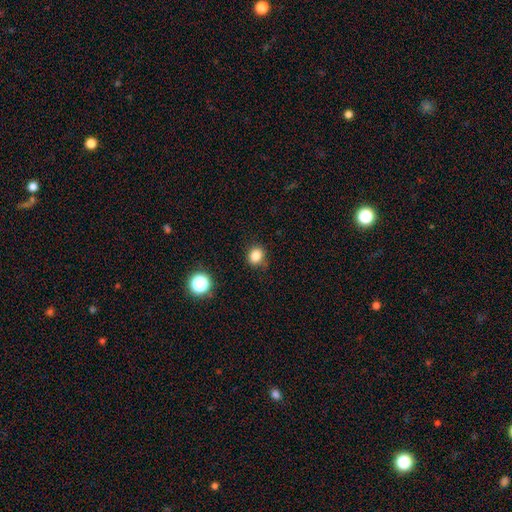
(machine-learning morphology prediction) smooth-or-featured: smooth: 83% | star or artifact: 13% | featured or disk: 4%
  how-rounded: round: 67% | in between: 33% | cigar-shaped: 1%
  merging: none: 79% | minor disturbance: 15% | major disturbance: 4% | merger: 2%